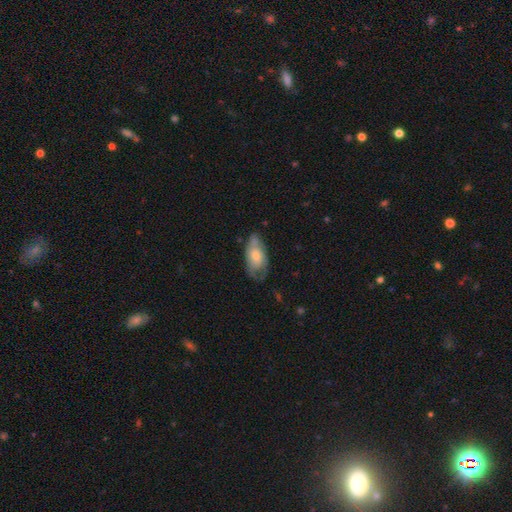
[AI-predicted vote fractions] smooth_or_featured: smooth (p=0.48) [alt: featured or disk p=0.46]
merging: none (p=0.50) [alt: minor disturbance p=0.32]